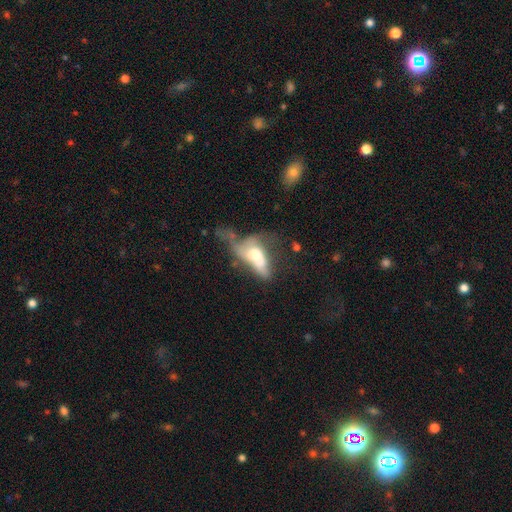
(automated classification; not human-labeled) smooth_or_featured: smooth (p=0.47) [alt: featured or disk p=0.44]
merging: major disturbance (p=0.45) [alt: merger p=0.30]